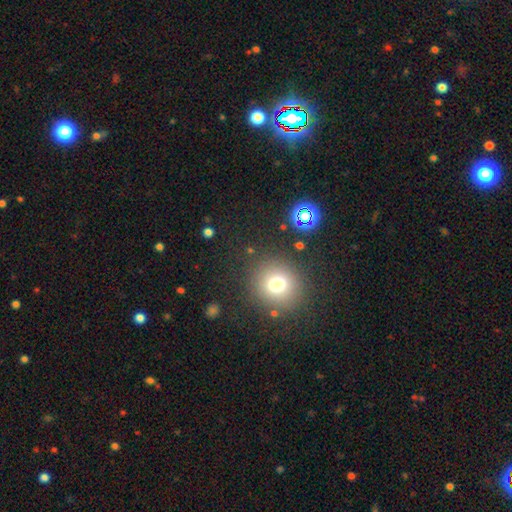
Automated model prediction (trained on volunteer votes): Morphology: type=smooth (53%); roundness=round (92%); merging=none (88%).